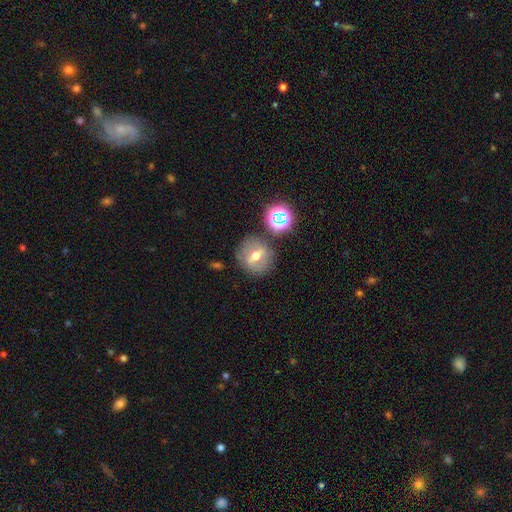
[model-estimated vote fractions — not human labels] Smooth or featured? Predicted: featured or disk (p=0.46). Merging? Predicted: none (p=0.77).